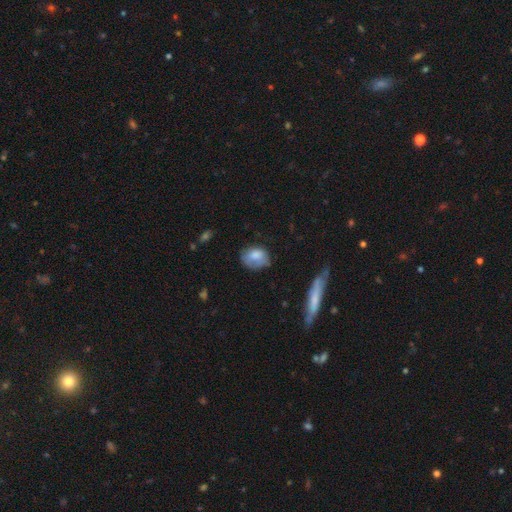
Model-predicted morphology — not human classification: A smooth galaxy with no disk features (74%) that is in between round and cigar-shaped (66%).

Vote fractions:
- Smooth or featured? smooth: 74% / featured or disk: 19% / star or artifact: 8%
- How rounded? in between: 66% / round: 33% / cigar-shaped: 1%
- Merging? none: 51% / minor disturbance: 33% / major disturbance: 14% / merger: 2%